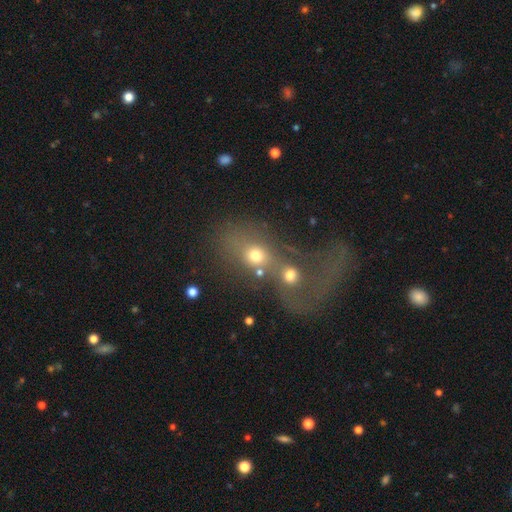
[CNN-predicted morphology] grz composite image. It shows a smooth galaxy with no disk features (60%) that is round (56%). Merging: merger (70%).